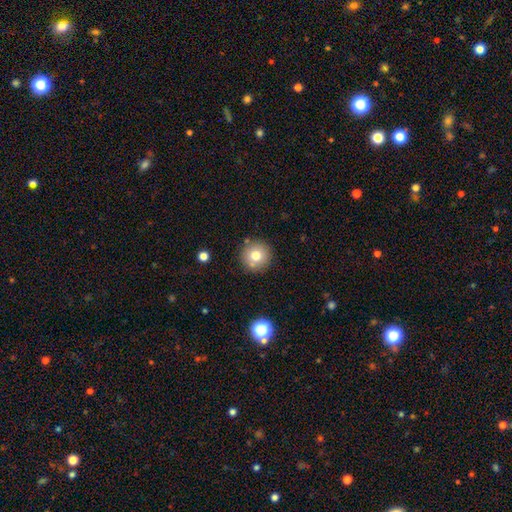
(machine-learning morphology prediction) smooth 76%, featured or disk 12%, star or artifact 12%. Down the decision tree: how rounded — round (95%); merging — none (85%).